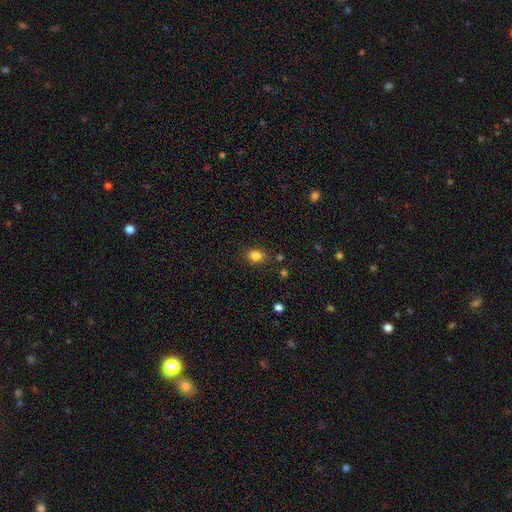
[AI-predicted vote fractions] Smooth or featured? smooth (83%)
How rounded? in between (51%)
Merging? none (84%)